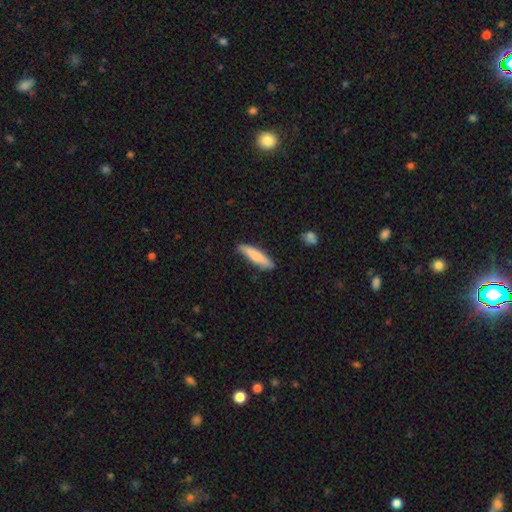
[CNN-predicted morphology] Q: Smooth or featured?
A: smooth (73%); runner-up: featured or disk (21%)
Q: How rounded?
A: cigar-shaped (84%); runner-up: in between (15%)
Q: Merging?
A: none (80%); runner-up: minor disturbance (16%)